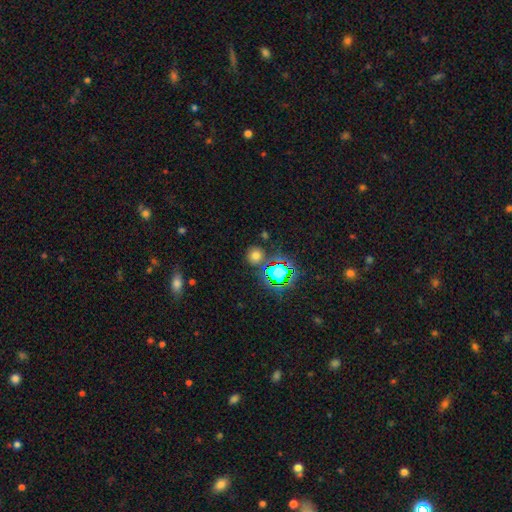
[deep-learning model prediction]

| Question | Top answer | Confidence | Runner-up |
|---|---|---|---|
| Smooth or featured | smooth | 62% | star or artifact (31%) |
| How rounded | round | 86% | in between (12%) |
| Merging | none | 80% | minor disturbance (9%) |